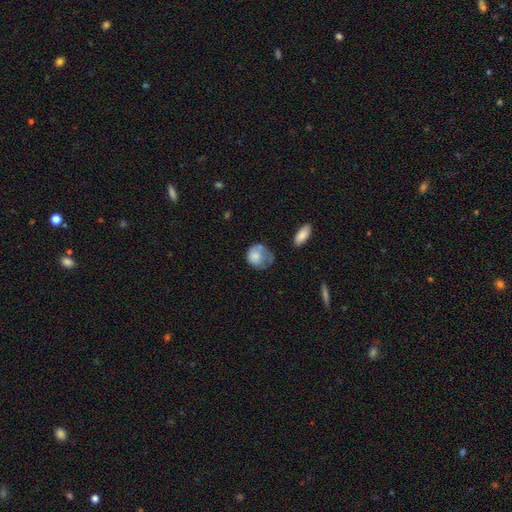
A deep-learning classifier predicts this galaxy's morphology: smooth 71%, featured or disk 22%, star or artifact 7%. Down the decision tree: how rounded — round (63%); merging — minor disturbance (32%, tied with none).